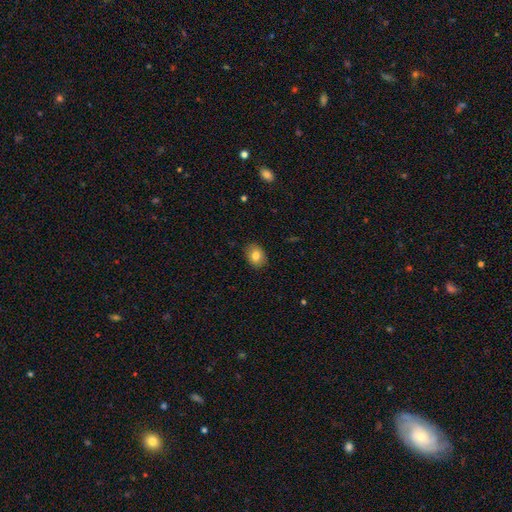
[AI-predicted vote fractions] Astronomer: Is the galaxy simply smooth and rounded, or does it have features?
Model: smooth — 82%.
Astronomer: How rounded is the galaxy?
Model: in between — 61% (runner-up: round, 38%).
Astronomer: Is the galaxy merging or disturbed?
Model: none — 87%.